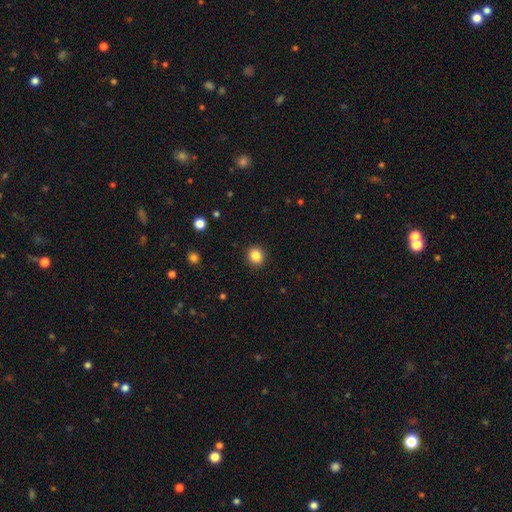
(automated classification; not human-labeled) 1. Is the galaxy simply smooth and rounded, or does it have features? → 85% smooth, 11% star or artifact, 5% featured or disk.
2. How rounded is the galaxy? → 88% round, 11% in between, 1% cigar-shaped.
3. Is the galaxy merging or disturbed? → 92% none, 5% minor disturbance, 2% major disturbance, 1% merger.